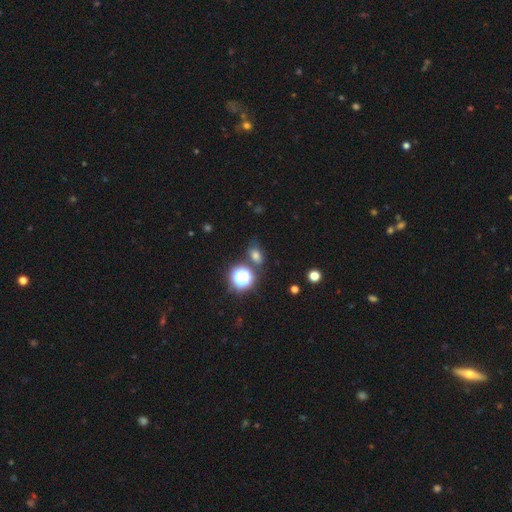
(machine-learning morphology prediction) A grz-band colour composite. It shows a smooth galaxy with no disk features (66%) that is in between round and cigar-shaped (69%). Merging: none (74%).